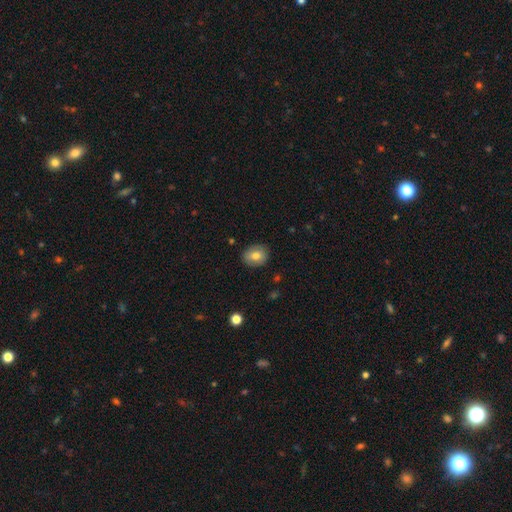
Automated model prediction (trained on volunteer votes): Smooth or featured? smooth (76%)
How rounded? round (59%)
Merging? none (86%)